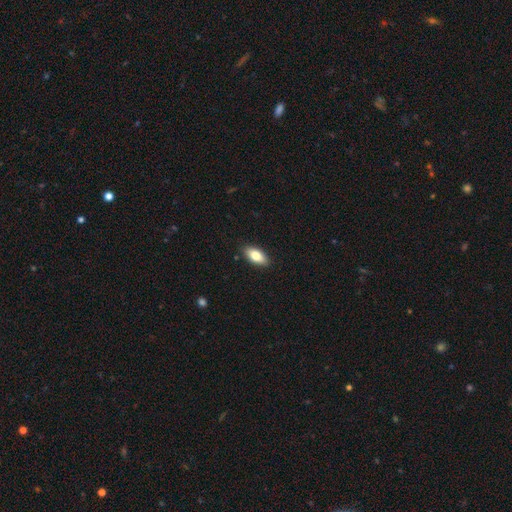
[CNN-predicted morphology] Smooth or featured? Predicted: smooth (p=0.81). How rounded? Predicted: in between (p=0.89). Merging? Predicted: none (p=0.88).